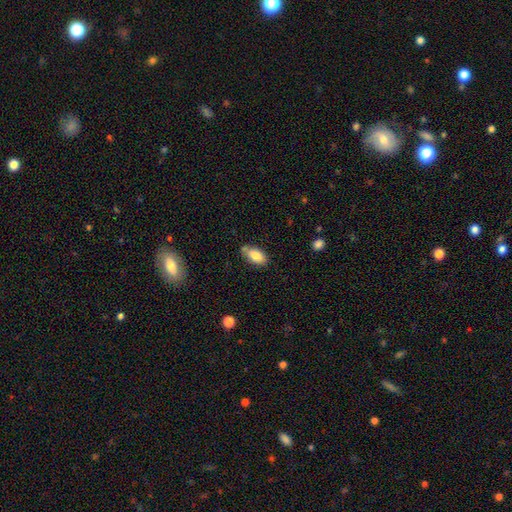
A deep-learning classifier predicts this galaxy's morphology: smooth_or_featured: smooth (p=0.83) [alt: featured or disk p=0.10]
how_rounded: in between (p=0.90) [alt: cigar-shaped p=0.06]
merging: none (p=0.66) [alt: minor disturbance p=0.22]